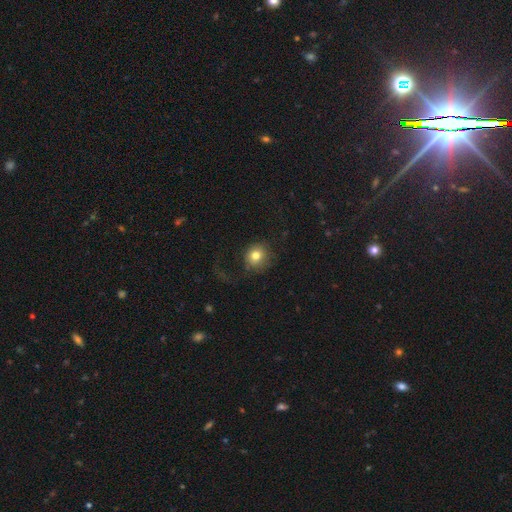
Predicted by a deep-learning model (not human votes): Smooth or featured? smooth (77%)
How rounded? round (90%)
Merging? none (62%)